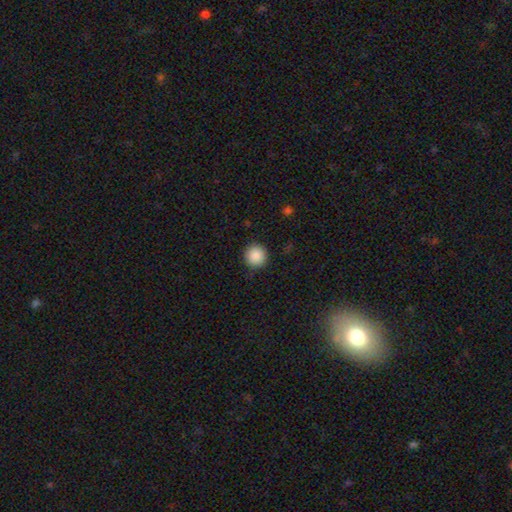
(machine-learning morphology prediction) A smooth galaxy with no disk features (88%) that is round (94%). Merging: none (90%).